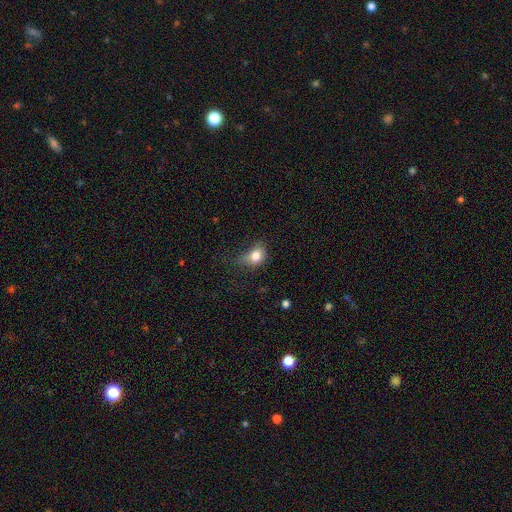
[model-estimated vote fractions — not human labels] Smooth or featured: smooth — 79% (star or artifact — 11%)
How rounded: in between — 58% (round — 40%)
Merging: none — 38% (minor disturbance — 37%)